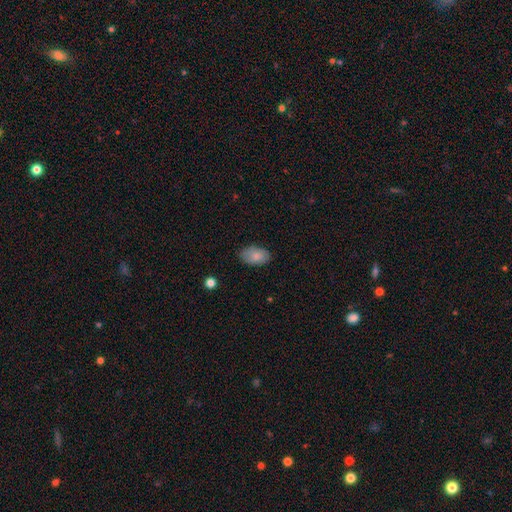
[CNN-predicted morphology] smooth 84%, featured or disk 9%, star or artifact 7%. Down the decision tree: how rounded — in between (92%); merging — none (82%).